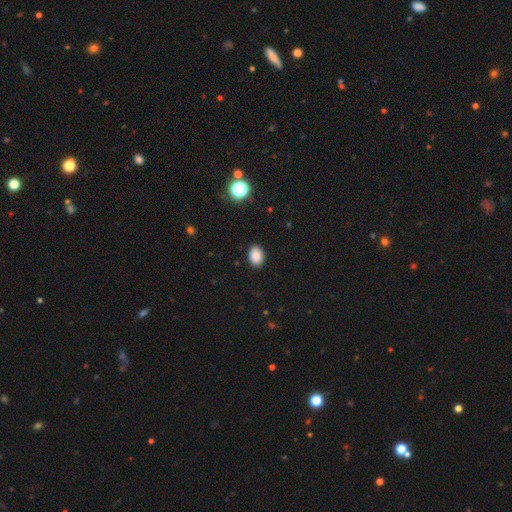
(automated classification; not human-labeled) smooth_or_featured: smooth (p=0.87) [alt: star or artifact p=0.09]
how_rounded: in between (p=0.79) [alt: round p=0.20]
merging: none (p=0.89) [alt: minor disturbance p=0.08]